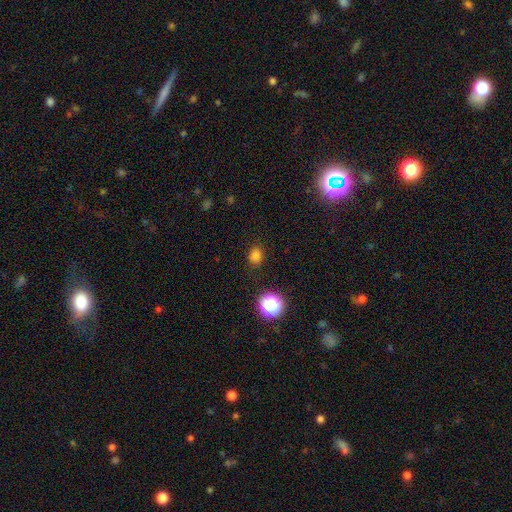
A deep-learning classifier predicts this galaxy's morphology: This appears to be a smooth galaxy with no disk features (77%) that is round (65%). Merging: none (86%).